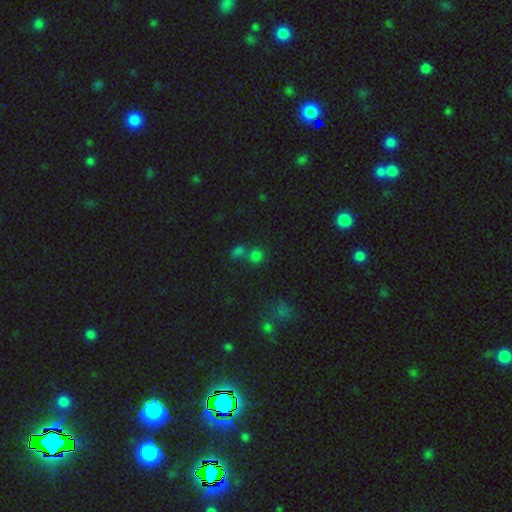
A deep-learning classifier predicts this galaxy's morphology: Smooth or featured: smooth — 68% (star or artifact — 24%)
How rounded: round — 81% (in between — 17%)
Merging: none — 44% (merger — 43%)